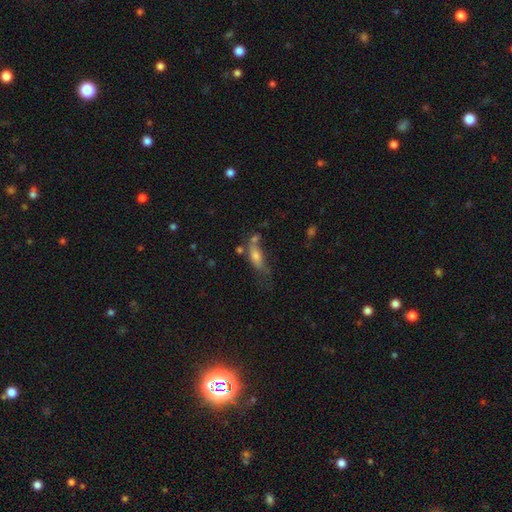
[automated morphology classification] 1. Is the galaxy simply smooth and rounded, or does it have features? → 63% smooth, 26% featured or disk, 11% star or artifact.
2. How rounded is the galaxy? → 59% in between, 37% cigar-shaped, 4% round.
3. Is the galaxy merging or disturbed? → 34% none, 23% minor disturbance, 22% merger, 21% major disturbance.